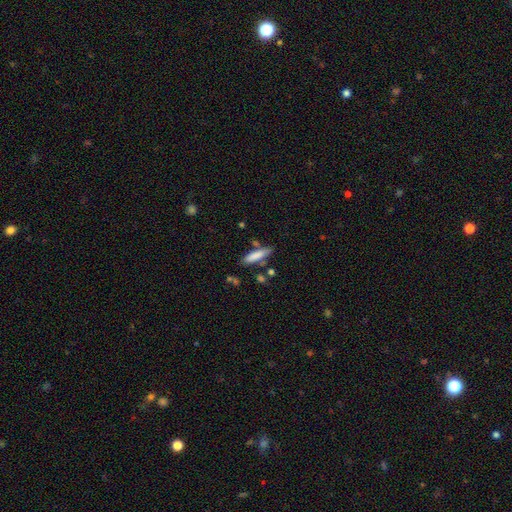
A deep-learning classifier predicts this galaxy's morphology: A smooth galaxy with no disk features (80%) that is cigar-shaped (72%).

Vote fractions:
- Smooth or featured? smooth: 80% / featured or disk: 14% / star or artifact: 6%
- How rounded? cigar-shaped: 72% / in between: 26% / round: 2%
- Merging? none: 73% / minor disturbance: 15% / merger: 8% / major disturbance: 4%